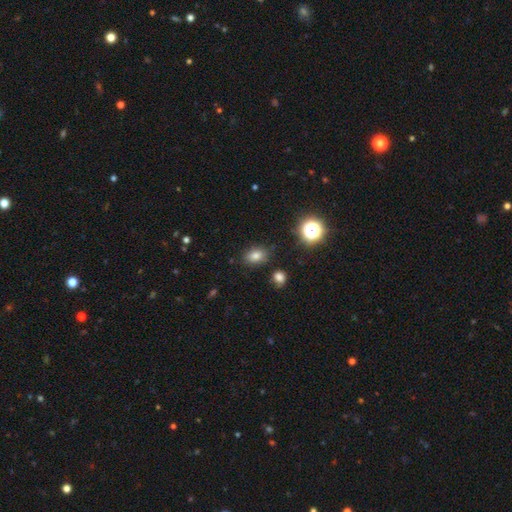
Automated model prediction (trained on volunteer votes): This is likely a smooth galaxy (76%). How rounded: likely in between (72%). Merging: clearly none (84%).